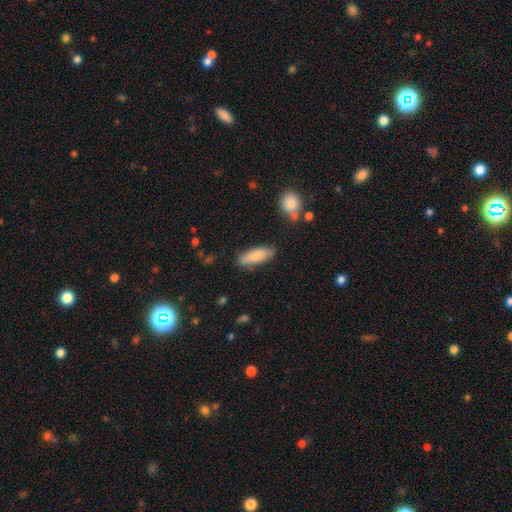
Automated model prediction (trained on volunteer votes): Smooth or featured: smooth — 82% (featured or disk — 12%)
How rounded: in between — 61% (cigar-shaped — 37%)
Merging: none — 79% (minor disturbance — 15%)